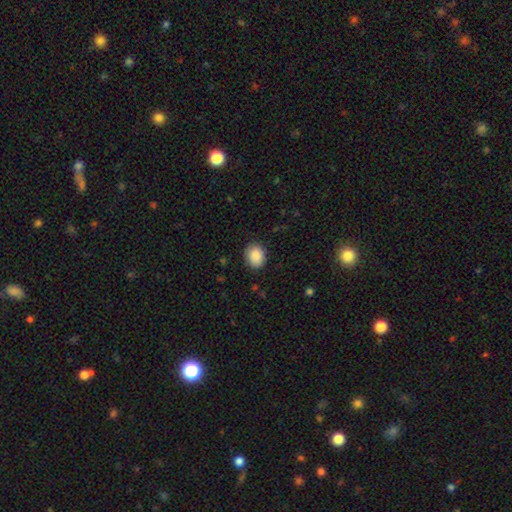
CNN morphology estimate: The model was most divided on "how rounded": in between: 53%, round: 46%, cigar-shaped: 1%. More confident: smooth or featured — smooth (89%); merging — none (85%).